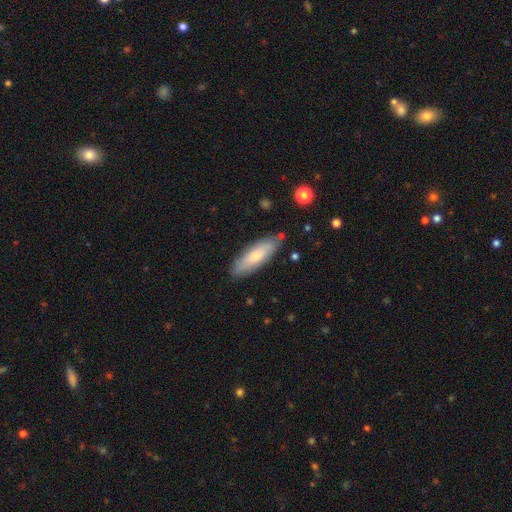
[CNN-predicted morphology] Smooth or featured: smooth — 69% (featured or disk — 25%)
How rounded: in between — 52% (cigar-shaped — 46%)
Merging: none — 81% (minor disturbance — 15%)